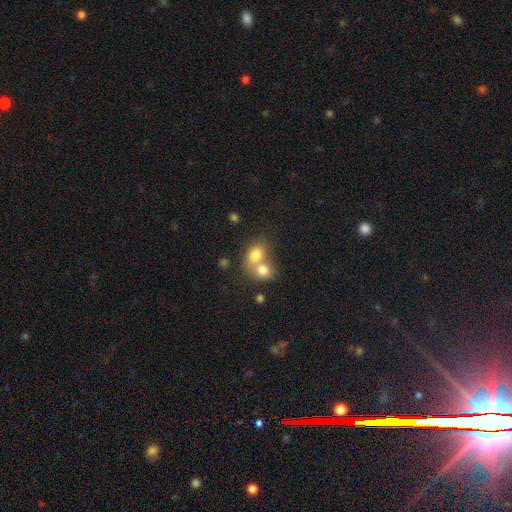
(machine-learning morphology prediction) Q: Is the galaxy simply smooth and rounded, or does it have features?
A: smooth — 77%.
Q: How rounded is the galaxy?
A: in between — 55%.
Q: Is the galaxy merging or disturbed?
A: merger — 66%.